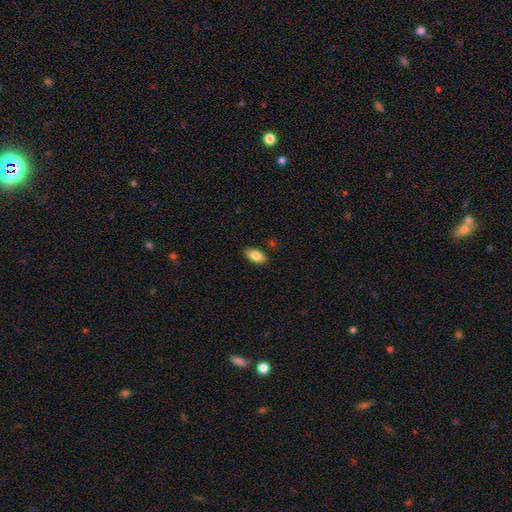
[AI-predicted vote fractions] A smooth galaxy with no disk features (83%) that is in between round and cigar-shaped (90%). Merging: none (86%).